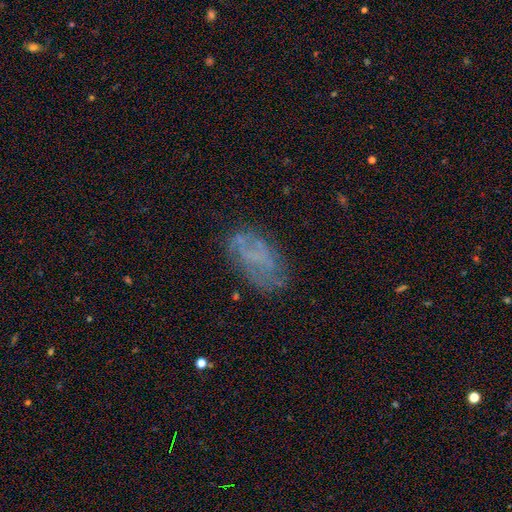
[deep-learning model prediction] A featured or disk galaxy (48%). Merging: none (61%).